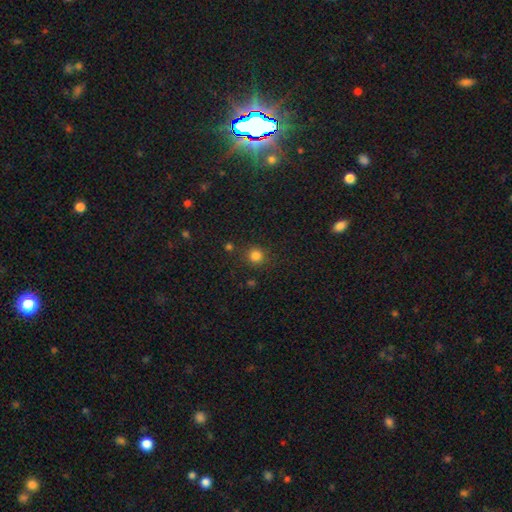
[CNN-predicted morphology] This appears to be a smooth galaxy with no disk features (81%) that is round (92%). Merging: none (85%).